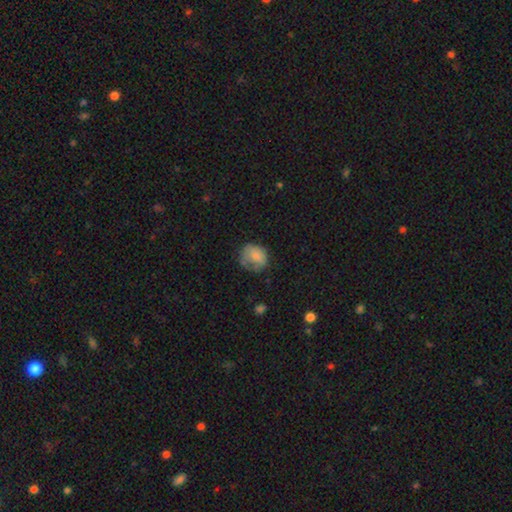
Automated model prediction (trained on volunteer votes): smooth_or_featured: smooth (p=0.72) [alt: featured or disk p=0.19]
how_rounded: round (p=0.66) [alt: in between p=0.33]
merging: none (p=0.48) [alt: minor disturbance p=0.30]